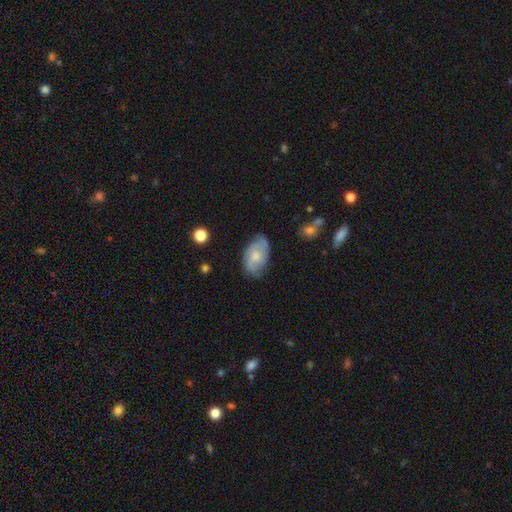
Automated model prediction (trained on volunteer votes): This is possibly a featured or disk galaxy (56%). It is clearly not viewed edge-on (95%). Bar: likely no (73%). Spiral arm pattern: clearly yes (83%). Central bulge: possibly moderate (51%). Merging: likely none (70%).